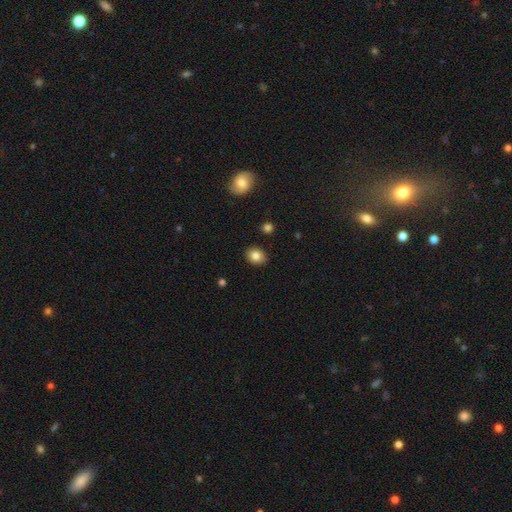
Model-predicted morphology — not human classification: Smooth or featured?
  - smooth: 82% *
  - star or artifact: 9%
  - featured or disk: 8%
How rounded?
  - round: 51% *
  - in between: 48%
  - cigar-shaped: 1%
Merging?
  - none: 88% *
  - minor disturbance: 8%
  - major disturbance: 2%
  - merger: 1%